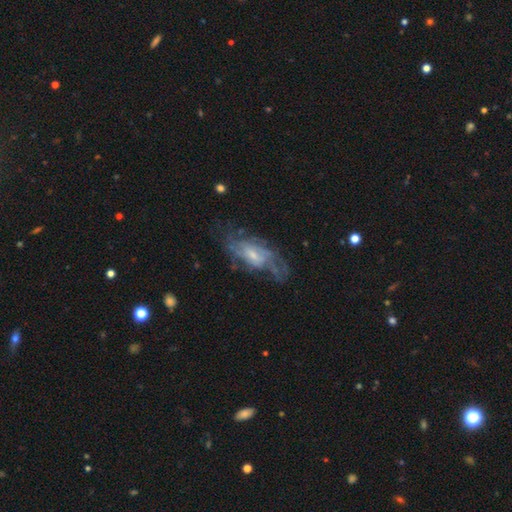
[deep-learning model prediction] smooth_or_featured: featured or disk (p=0.66) [alt: smooth p=0.23]
disk_edge_on: no (p=0.85) [alt: yes p=0.15]
bar: no (p=0.62) [alt: weak p=0.31]
has_spiral_arms: yes (p=0.74) [alt: no p=0.26]
bulge_size: small (p=0.54) [alt: moderate p=0.34]
merging: none (p=0.67) [alt: minor disturbance p=0.20]